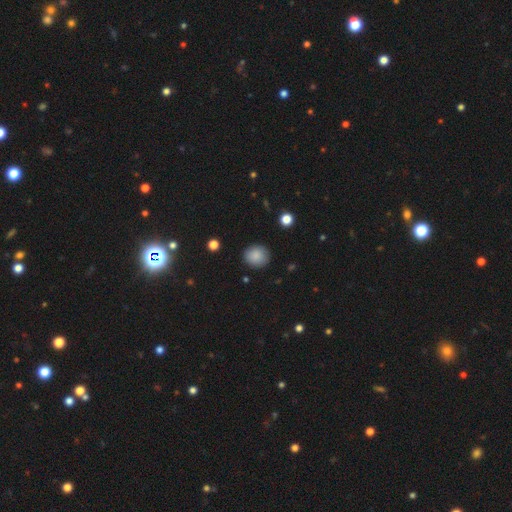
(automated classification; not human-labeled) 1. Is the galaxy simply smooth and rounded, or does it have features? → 87% smooth, 9% star or artifact, 5% featured or disk.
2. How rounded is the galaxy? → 85% round, 14% in between, 1% cigar-shaped.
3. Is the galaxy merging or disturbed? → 88% none, 9% minor disturbance, 2% major disturbance, 1% merger.